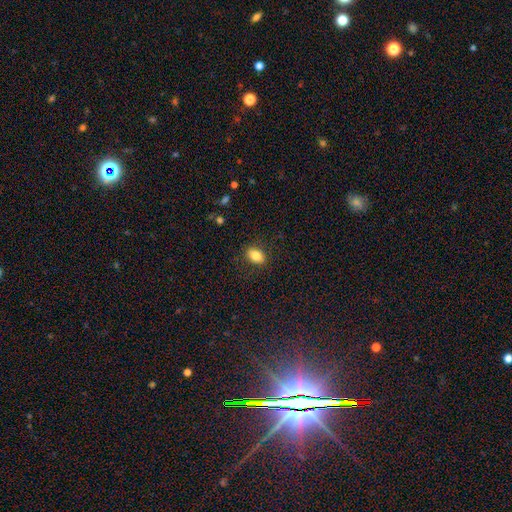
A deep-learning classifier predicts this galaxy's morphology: smooth 83%, star or artifact 9%, featured or disk 8%. Down the decision tree: how rounded — in between (84%); merging — none (86%).